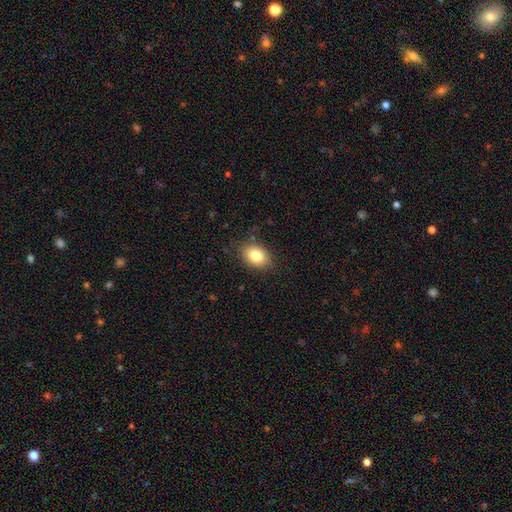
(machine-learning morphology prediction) This appears to be a smooth galaxy with no disk features (83%) that is in between round and cigar-shaped (78%). Merging: none (84%).